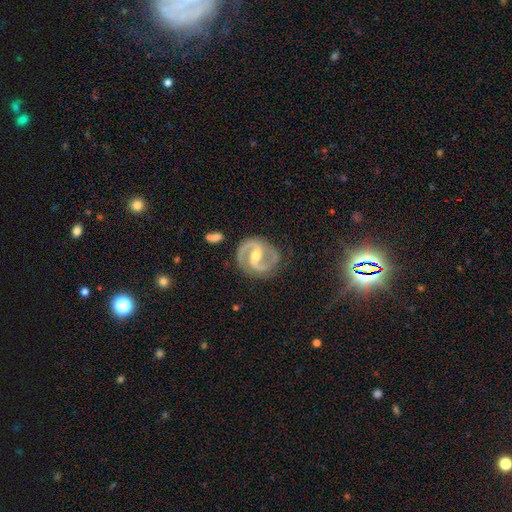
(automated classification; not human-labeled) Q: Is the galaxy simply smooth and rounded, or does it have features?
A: featured or disk — 92%.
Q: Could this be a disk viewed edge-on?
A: no — 98%.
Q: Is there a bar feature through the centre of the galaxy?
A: weak — 43%.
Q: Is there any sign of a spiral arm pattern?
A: yes — 98%.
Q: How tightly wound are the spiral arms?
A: medium — 61%.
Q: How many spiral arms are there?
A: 2 — 93%.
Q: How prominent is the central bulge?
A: moderate — 62%.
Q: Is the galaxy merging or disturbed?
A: none — 81%.